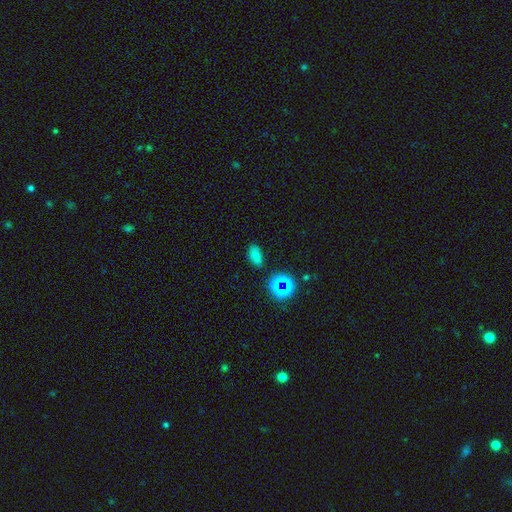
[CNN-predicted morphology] smooth-or-featured: smooth: 70% | star or artifact: 23% | featured or disk: 7%
  how-rounded: in between: 88% | round: 10% | cigar-shaped: 3%
  merging: none: 81% | minor disturbance: 13% | major disturbance: 3% | merger: 3%